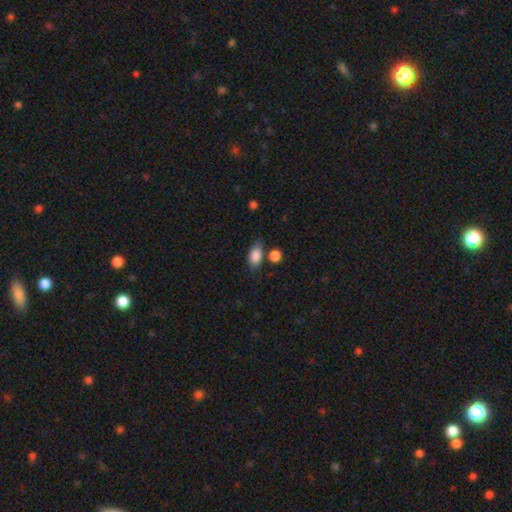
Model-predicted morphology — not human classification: Smooth or featured?
  - smooth: 86% *
  - star or artifact: 8%
  - featured or disk: 6%
How rounded?
  - in between: 88% *
  - round: 8%
  - cigar-shaped: 4%
Merging?
  - none: 69% *
  - minor disturbance: 17%
  - merger: 9%
  - major disturbance: 4%